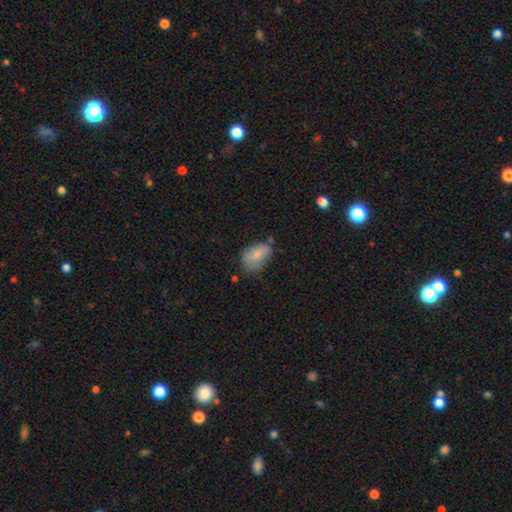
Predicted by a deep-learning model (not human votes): Smooth or featured?
  - smooth: 75% *
  - featured or disk: 17%
  - star or artifact: 8%
How rounded?
  - in between: 88% *
  - round: 11%
  - cigar-shaped: 2%
Merging?
  - none: 51% *
  - minor disturbance: 32%
  - major disturbance: 11%
  - merger: 6%